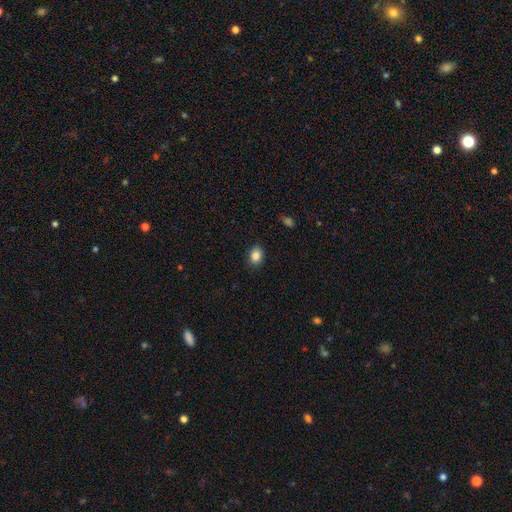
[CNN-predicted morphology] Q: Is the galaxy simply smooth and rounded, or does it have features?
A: smooth — 85%.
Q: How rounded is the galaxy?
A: in between — 63%.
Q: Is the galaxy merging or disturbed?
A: none — 89%.